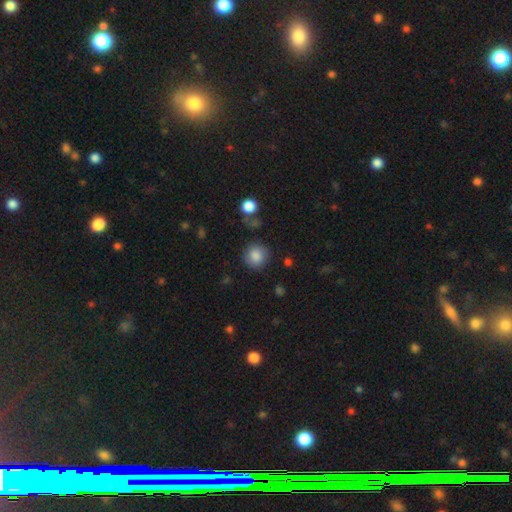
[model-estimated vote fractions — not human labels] Smooth or featured? smooth (85%)
How rounded? round (90%)
Merging? none (83%)